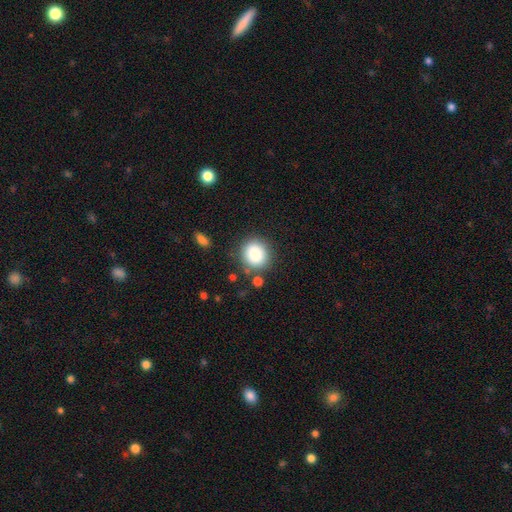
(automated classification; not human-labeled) This appears to be a smooth galaxy with no disk features (83%) that is round (84%). Merging: none (84%).